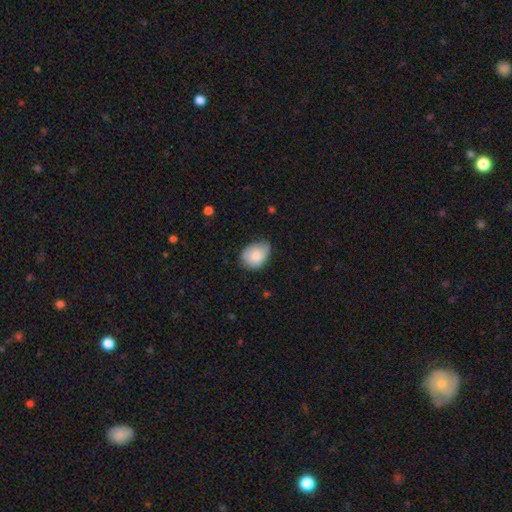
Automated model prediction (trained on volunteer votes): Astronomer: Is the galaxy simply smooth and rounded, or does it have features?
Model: smooth — 82%.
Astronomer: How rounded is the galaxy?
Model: in between — 69%.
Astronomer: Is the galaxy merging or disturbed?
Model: none — 54% (runner-up: minor disturbance, 37%).